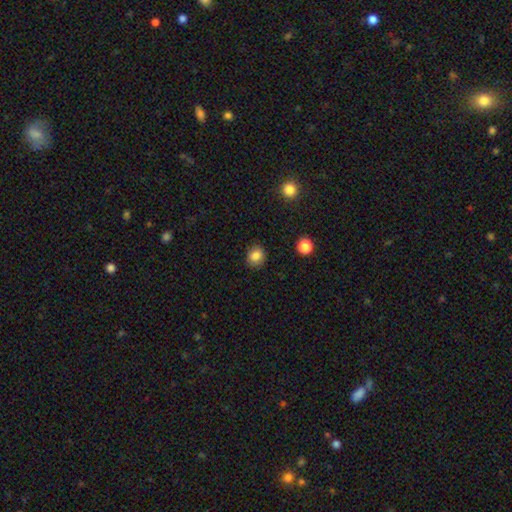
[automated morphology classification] smooth_or_featured: smooth (p=0.84) [alt: star or artifact p=0.11]
how_rounded: round (p=0.78) [alt: in between p=0.21]
merging: none (p=0.88) [alt: minor disturbance p=0.09]